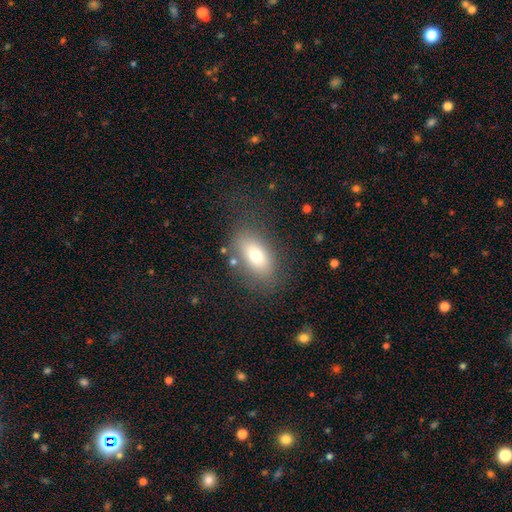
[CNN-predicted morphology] This appears to be a smooth galaxy with no disk features (71%) that is in between round and cigar-shaped (86%). Merging: none (74%).